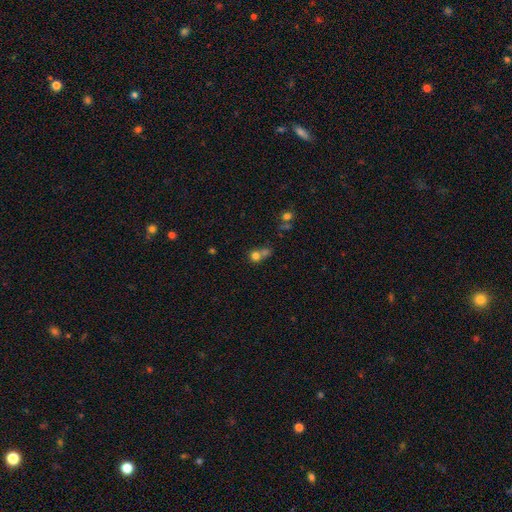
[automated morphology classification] Smooth or featured?
  - smooth: 72% *
  - star or artifact: 15%
  - featured or disk: 12%
How rounded?
  - round: 82% *
  - in between: 17%
  - cigar-shaped: 1%
Merging?
  - merger: 51% *
  - none: 36%
  - minor disturbance: 8%
  - major disturbance: 5%